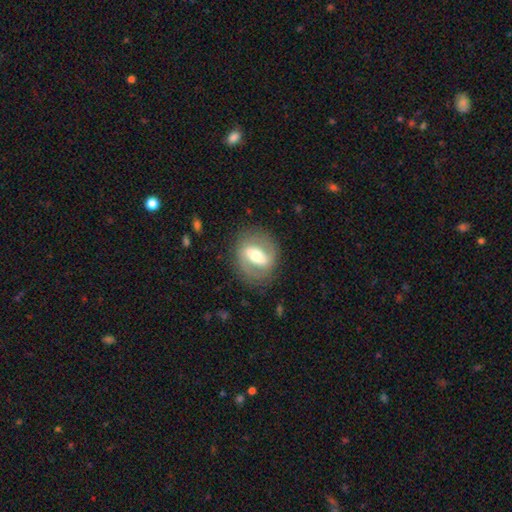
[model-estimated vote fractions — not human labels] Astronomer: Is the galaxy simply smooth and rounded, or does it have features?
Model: featured or disk — 62%.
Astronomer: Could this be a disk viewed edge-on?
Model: no — 90%.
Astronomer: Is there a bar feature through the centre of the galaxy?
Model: strong — 52% (runner-up: weak, 31%).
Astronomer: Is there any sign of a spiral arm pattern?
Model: no — 51% (runner-up: yes, 49%).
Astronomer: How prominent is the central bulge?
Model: moderate — 66%.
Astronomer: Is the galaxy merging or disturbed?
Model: none — 79%.